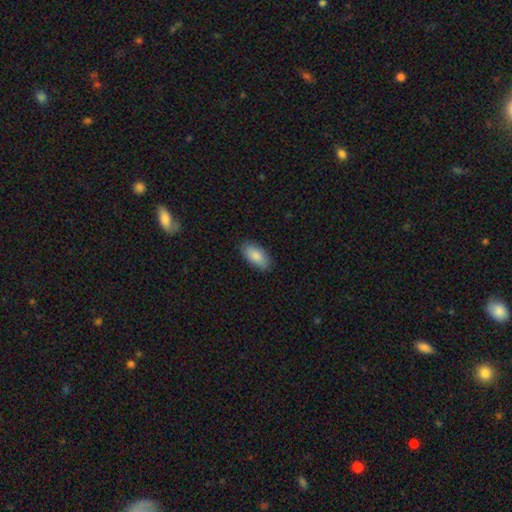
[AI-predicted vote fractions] Smooth or featured? Predicted: smooth (p=0.88). How rounded? Predicted: in between (p=0.93). Merging? Predicted: none (p=0.87).